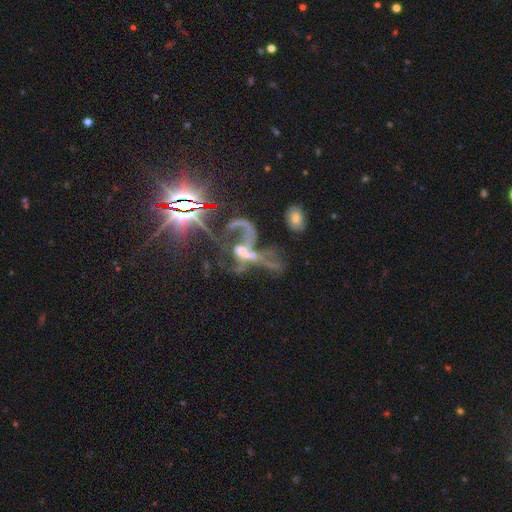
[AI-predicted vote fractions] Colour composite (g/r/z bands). It shows a featured or disk galaxy (54%). Merging: merger (34%).